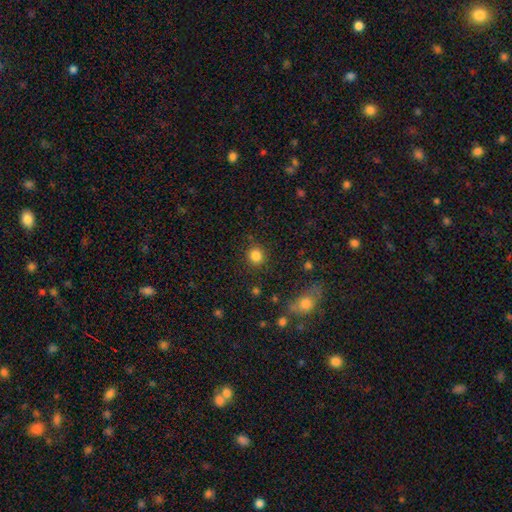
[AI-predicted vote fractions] This appears to be a smooth galaxy with no disk features (85%) that is round (89%). Merging: none (88%).